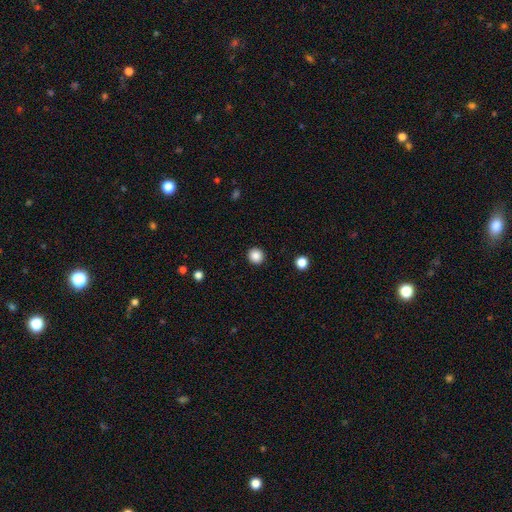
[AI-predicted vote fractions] Smooth or featured?
  - smooth: 87% *
  - star or artifact: 10%
  - featured or disk: 3%
How rounded?
  - round: 94% *
  - in between: 5%
  - cigar-shaped: 1%
Merging?
  - none: 93% *
  - minor disturbance: 4%
  - major disturbance: 2%
  - merger: 1%